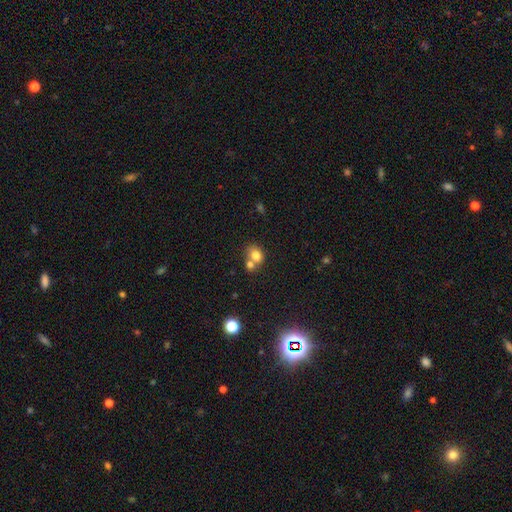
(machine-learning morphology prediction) Overall: smooth (77%). How rounded: round (52%; in between 47%). Merging: merger (51%; none 37%).